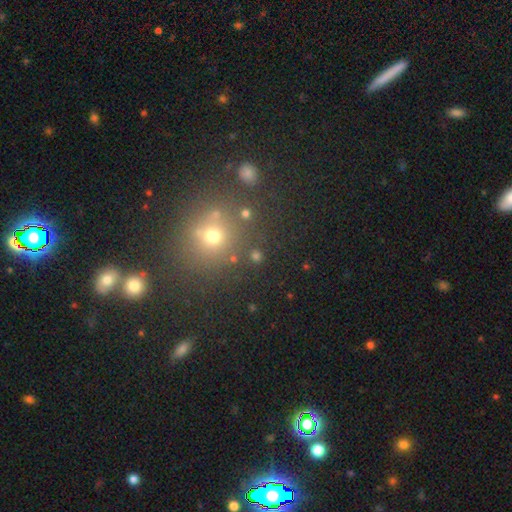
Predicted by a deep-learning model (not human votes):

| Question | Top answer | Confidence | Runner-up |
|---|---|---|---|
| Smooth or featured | smooth | 57% | star or artifact (33%) |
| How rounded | round | 84% | in between (14%) |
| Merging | none | 77% | merger (10%) |